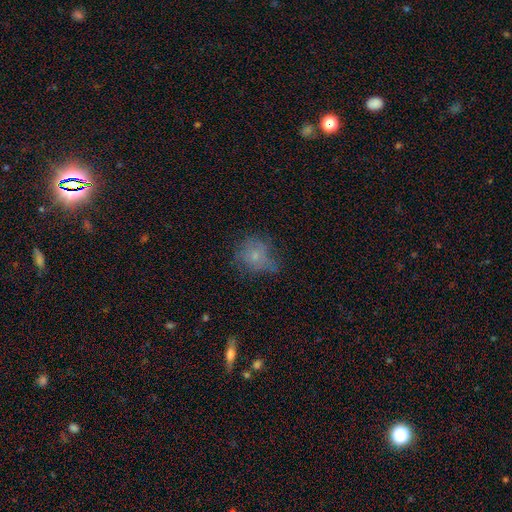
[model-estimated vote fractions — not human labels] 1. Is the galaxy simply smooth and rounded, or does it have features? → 61% smooth, 24% featured or disk, 15% star or artifact.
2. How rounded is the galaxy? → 69% round, 30% in between, 1% cigar-shaped.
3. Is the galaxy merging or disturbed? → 49% none, 29% minor disturbance, 19% major disturbance, 2% merger.